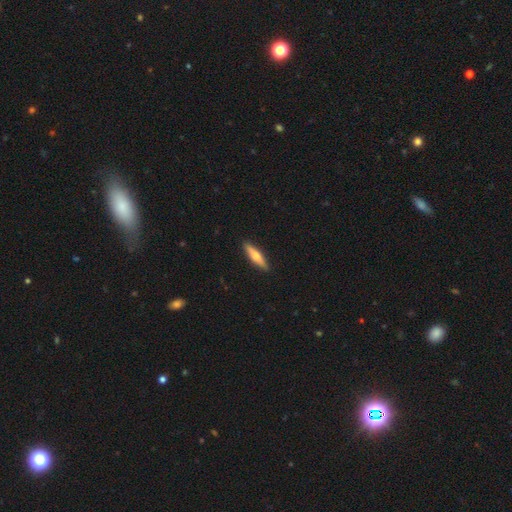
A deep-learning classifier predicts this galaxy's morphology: Overall: smooth (56%; featured or disk 39%). How rounded: cigar-shaped (78%). Merging: none (90%).